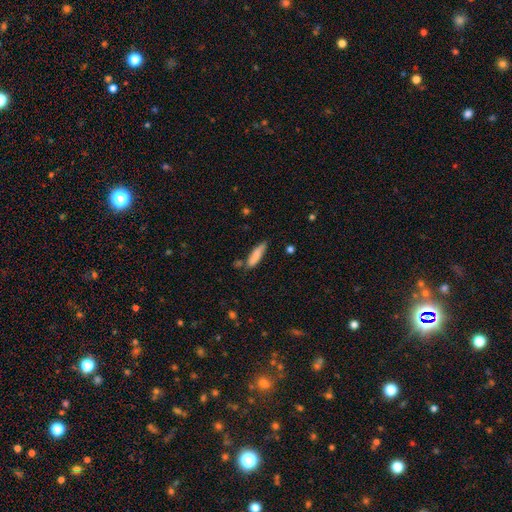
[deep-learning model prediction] smooth 82%, featured or disk 11%, star or artifact 7%. Down the decision tree: how rounded — cigar-shaped (71%); merging — none (69%).